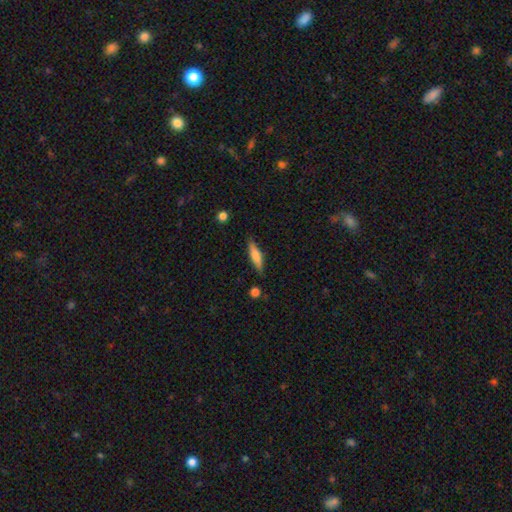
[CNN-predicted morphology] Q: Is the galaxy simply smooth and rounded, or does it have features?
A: smooth — 64%.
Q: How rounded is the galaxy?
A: cigar-shaped — 74%.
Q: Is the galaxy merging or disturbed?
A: none — 83%.